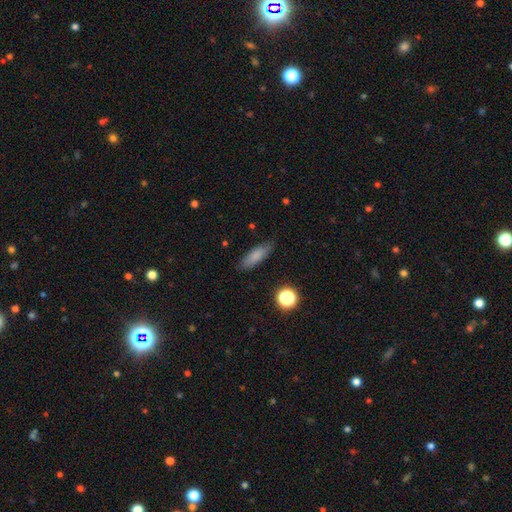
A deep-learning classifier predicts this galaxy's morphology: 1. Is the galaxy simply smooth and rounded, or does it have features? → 81% smooth, 10% featured or disk, 9% star or artifact.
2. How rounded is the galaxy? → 50% in between, 47% cigar-shaped, 3% round.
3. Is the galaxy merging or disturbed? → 83% none, 13% minor disturbance, 3% major disturbance, 1% merger.